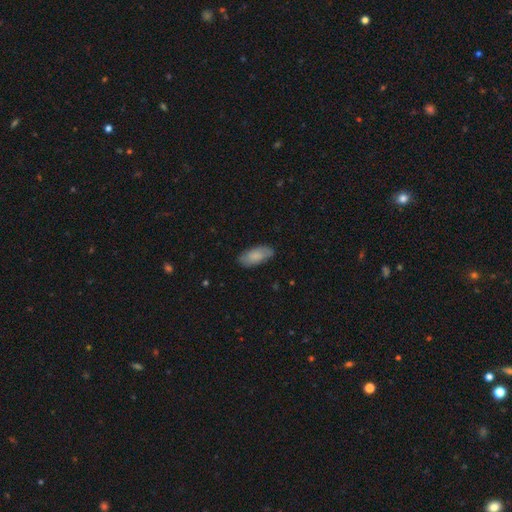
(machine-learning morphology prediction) Smooth or featured? Predicted: smooth (p=0.76). How rounded? Predicted: in between (p=0.90). Merging? Predicted: none (p=0.78).